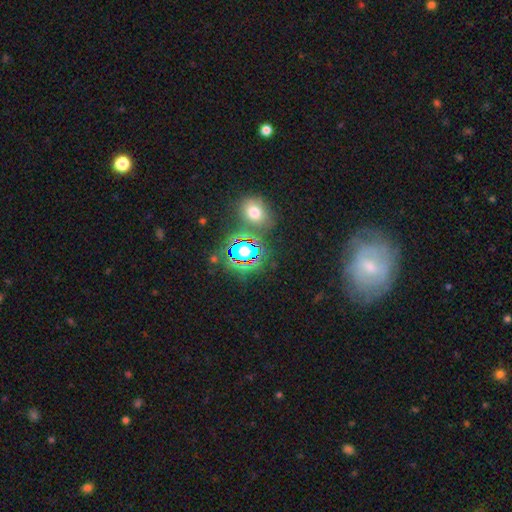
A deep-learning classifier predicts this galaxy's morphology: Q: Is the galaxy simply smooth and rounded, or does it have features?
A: star or artifact — 65%.